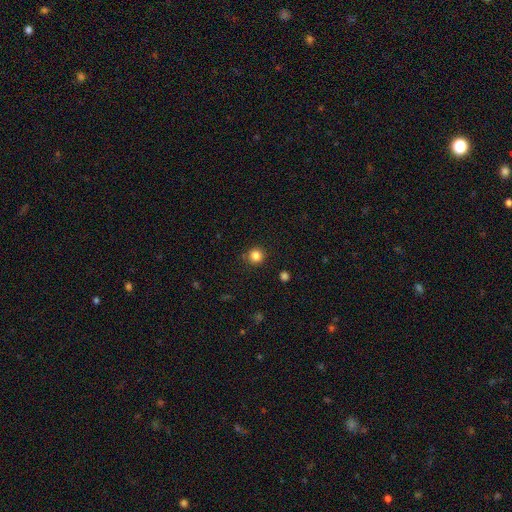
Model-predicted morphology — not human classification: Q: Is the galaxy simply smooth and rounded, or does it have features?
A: smooth — 83%.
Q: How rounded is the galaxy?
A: round — 94%.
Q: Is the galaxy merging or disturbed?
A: none — 89%.